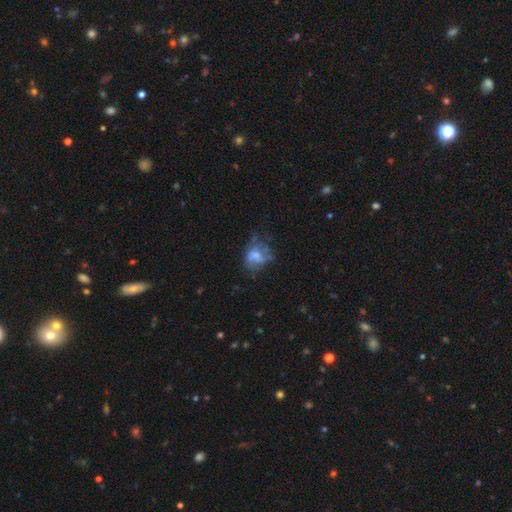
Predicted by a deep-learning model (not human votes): The model was most divided on "merging": none: 35%, major disturbance: 33%, minor disturbance: 27%, merger: 5%. Remaining: smooth or featured — smooth (50%).